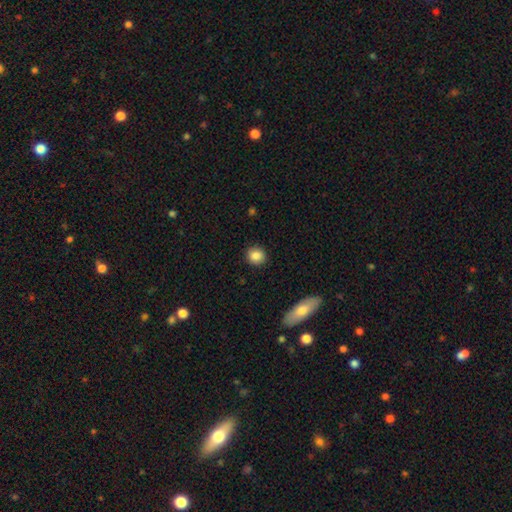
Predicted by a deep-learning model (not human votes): Smooth or featured? Predicted: smooth (p=0.86). How rounded? Predicted: round (p=0.87). Merging? Predicted: none (p=0.91).